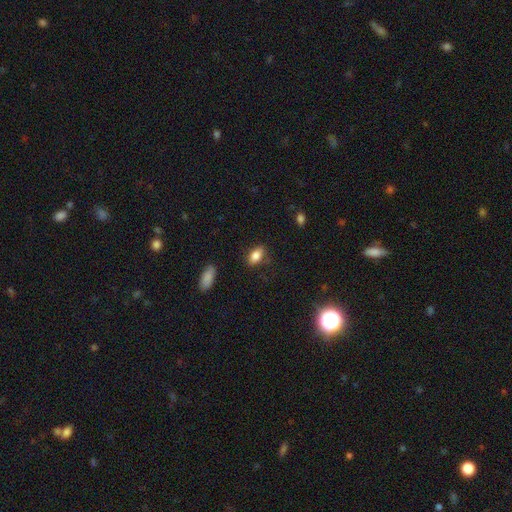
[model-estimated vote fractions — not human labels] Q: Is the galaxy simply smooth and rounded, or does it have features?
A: smooth — 84%.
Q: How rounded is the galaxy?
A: in between — 88%.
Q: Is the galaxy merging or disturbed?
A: none — 80%.